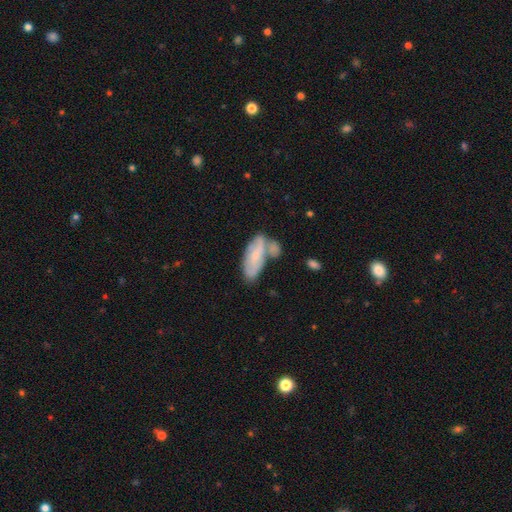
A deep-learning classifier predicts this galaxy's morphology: Smooth or featured?
  - smooth: 54% *
  - featured or disk: 40%
  - star or artifact: 7%
How rounded?
  - in between: 80% *
  - cigar-shaped: 18%
  - round: 2%
Merging?
  - merger: 38% *
  - none: 35%
  - minor disturbance: 19%
  - major disturbance: 8%